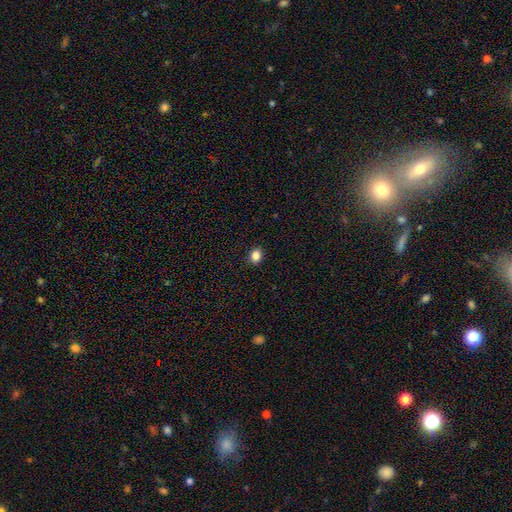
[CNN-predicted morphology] This appears to be a smooth galaxy with no disk features (86%) that is round (52%). Merging: none (91%).